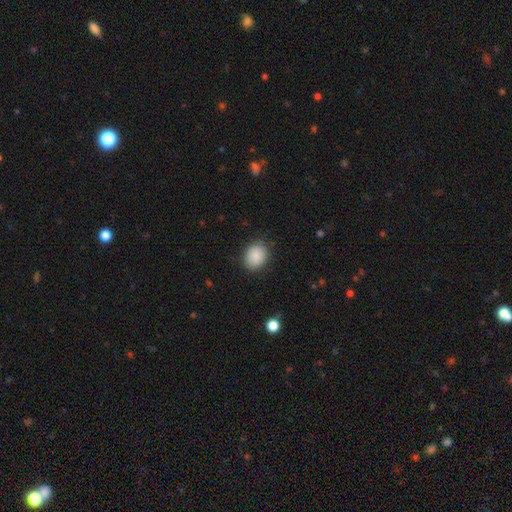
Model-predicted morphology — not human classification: Smooth or featured?
  - smooth: 88% *
  - star or artifact: 8%
  - featured or disk: 4%
How rounded?
  - round: 50% *
  - in between: 49%
  - cigar-shaped: 1%
Merging?
  - none: 86% *
  - minor disturbance: 10%
  - major disturbance: 3%
  - merger: 1%